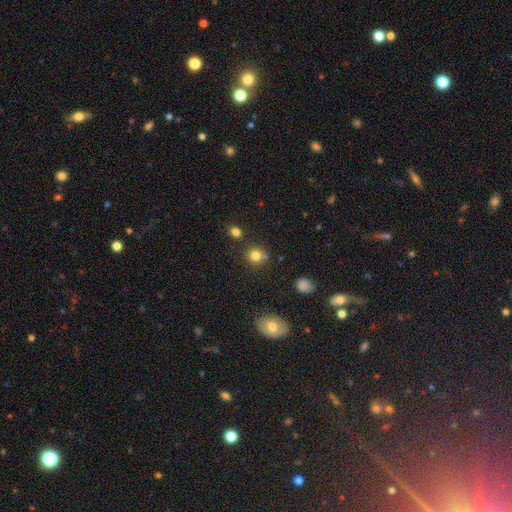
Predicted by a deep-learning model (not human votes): Overall: smooth (79%). How rounded: round (86%). Merging: none (70%).